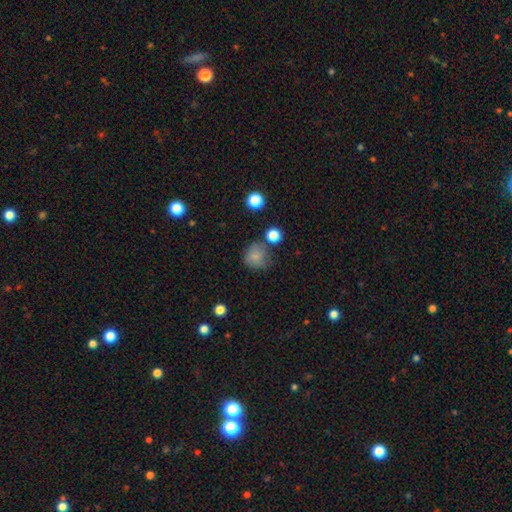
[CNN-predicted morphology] Smooth or featured? smooth (78%)
How rounded? round (82%)
Merging? none (60%)